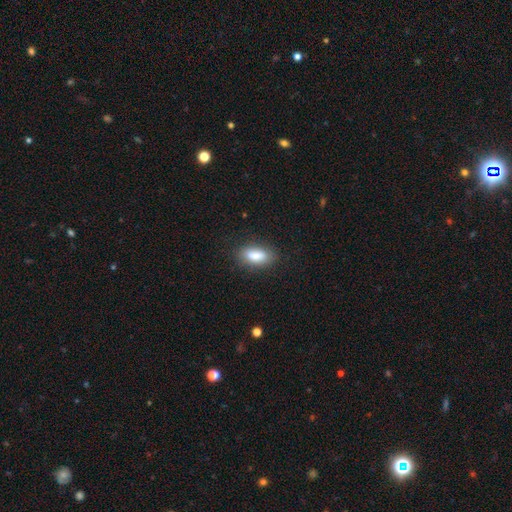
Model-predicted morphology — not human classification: A smooth galaxy with no disk features (84%) that is in between round and cigar-shaped (82%).

Vote fractions:
- Smooth or featured? smooth: 84% / featured or disk: 8% / star or artifact: 7%
- How rounded? in between: 82% / cigar-shaped: 14% / round: 3%
- Merging? none: 81% / minor disturbance: 14% / major disturbance: 4% / merger: 2%